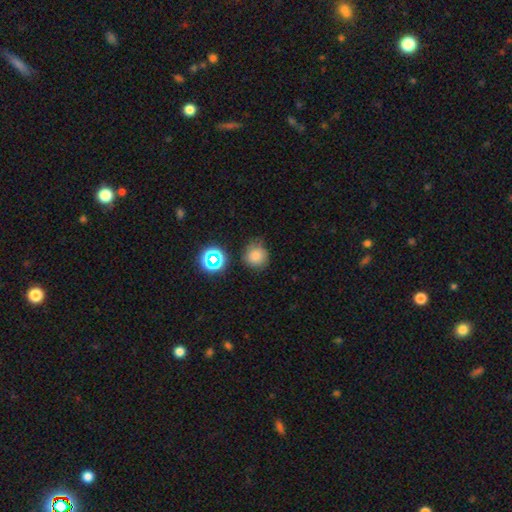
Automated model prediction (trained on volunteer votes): Smooth or featured? smooth (76%)
How rounded? round (90%)
Merging? none (69%)